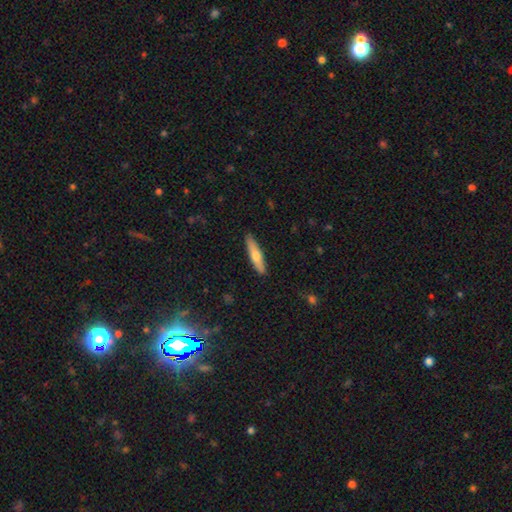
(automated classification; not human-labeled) Overall: smooth (57%; featured or disk 36%). How rounded: cigar-shaped (82%). Merging: none (90%).